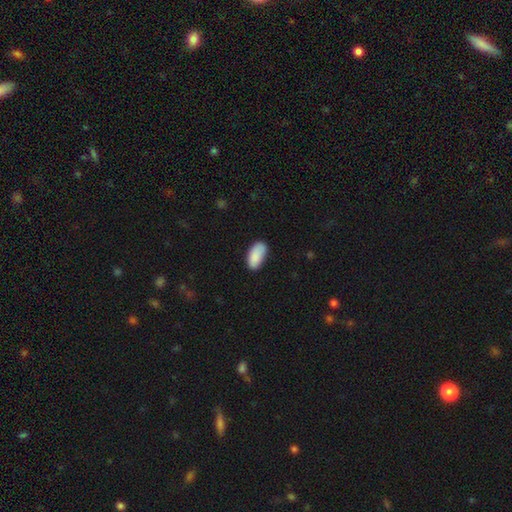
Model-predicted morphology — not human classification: Smooth or featured: smooth — 89% (star or artifact — 7%)
How rounded: in between — 94% (cigar-shaped — 4%)
Merging: none — 74% (minor disturbance — 21%)